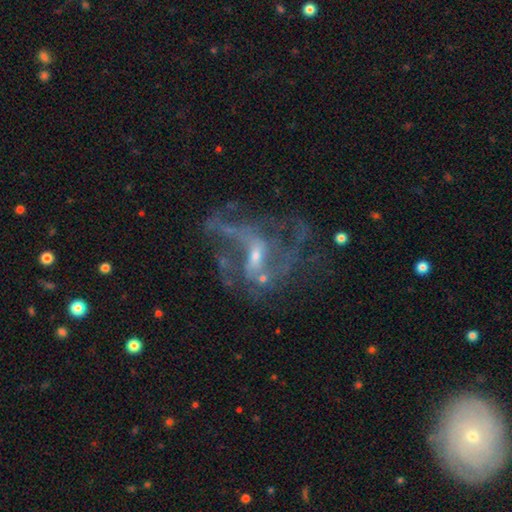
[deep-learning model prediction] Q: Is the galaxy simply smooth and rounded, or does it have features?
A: featured or disk — 81%.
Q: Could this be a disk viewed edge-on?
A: no — 97%.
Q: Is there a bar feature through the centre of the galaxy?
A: weak — 46%.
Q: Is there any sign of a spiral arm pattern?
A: yes — 79%.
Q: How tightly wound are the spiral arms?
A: loose — 51%.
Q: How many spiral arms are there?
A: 2 — 49%.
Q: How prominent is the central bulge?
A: small — 66%.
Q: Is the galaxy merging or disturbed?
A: none — 45%.